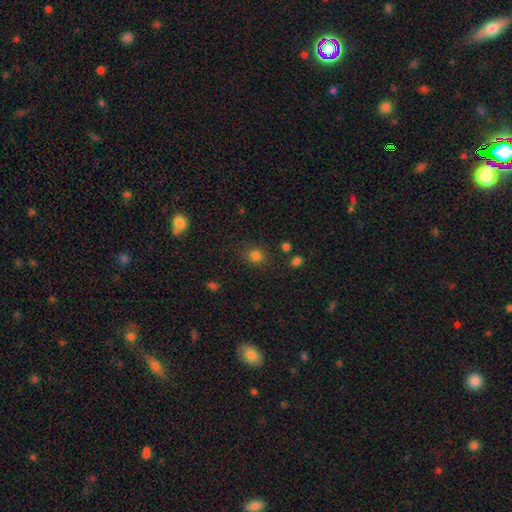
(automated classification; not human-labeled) A smooth galaxy with no disk features (80%) that is round (73%).

Vote fractions:
- Smooth or featured? smooth: 80% / star or artifact: 15% / featured or disk: 5%
- How rounded? round: 73% / in between: 26% / cigar-shaped: 1%
- Merging? none: 81% / minor disturbance: 12% / major disturbance: 4% / merger: 3%